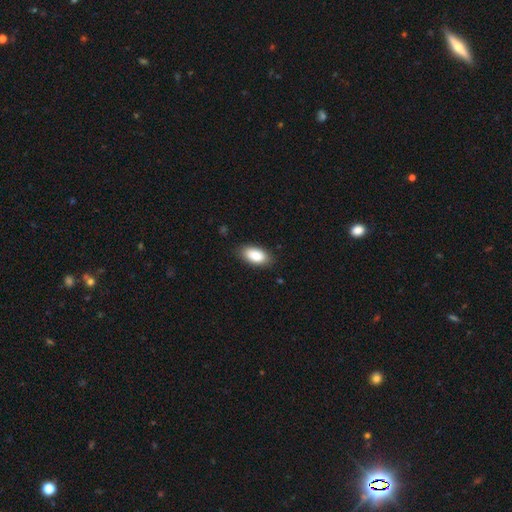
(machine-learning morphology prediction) smooth_or_featured: smooth (p=0.87) [alt: featured or disk p=0.07]
how_rounded: in between (p=0.93) [alt: cigar-shaped p=0.04]
merging: none (p=0.84) [alt: minor disturbance p=0.13]